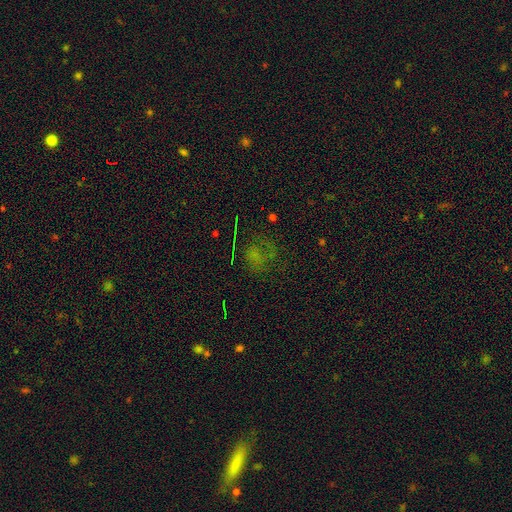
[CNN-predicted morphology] Smooth or featured?
  - smooth: 40% *
  - star or artifact: 38%
  - featured or disk: 22%
Merging?
  - none: 52% *
  - major disturbance: 25%
  - minor disturbance: 20%
  - merger: 3%